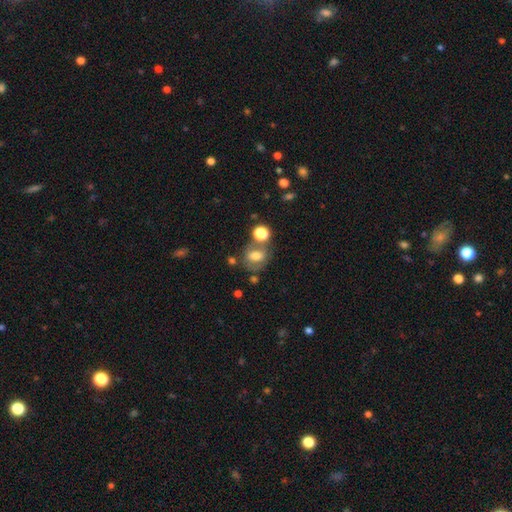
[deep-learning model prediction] Smooth or featured? Predicted: smooth (p=0.65). How rounded? Predicted: round (p=0.50). Merging? Predicted: none (p=0.53).